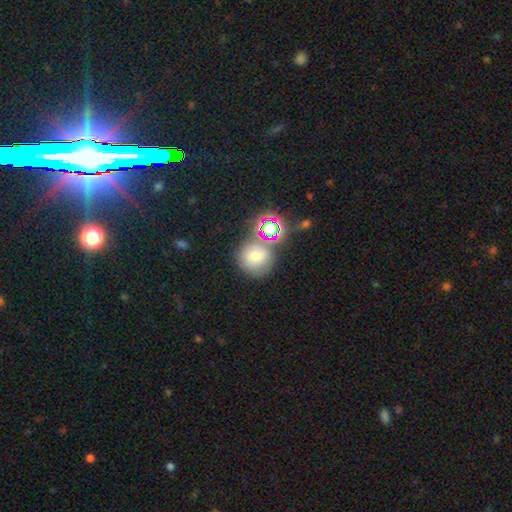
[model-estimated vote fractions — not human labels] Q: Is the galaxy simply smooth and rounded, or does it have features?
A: smooth — 58%.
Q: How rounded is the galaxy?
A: round — 85%.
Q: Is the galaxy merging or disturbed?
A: none — 61%.